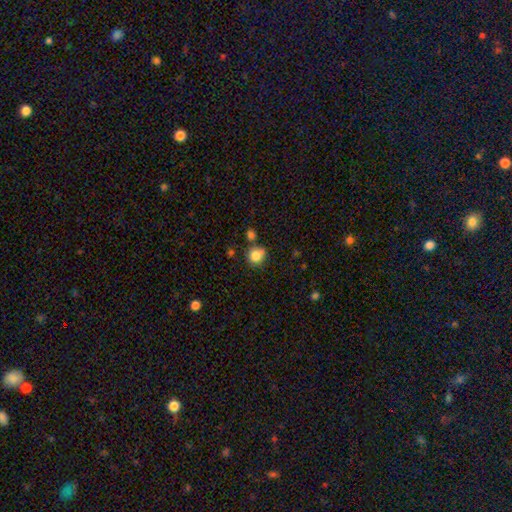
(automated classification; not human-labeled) This is clearly a smooth galaxy (83%). How rounded: clearly round (86%). Merging: likely none (69%).